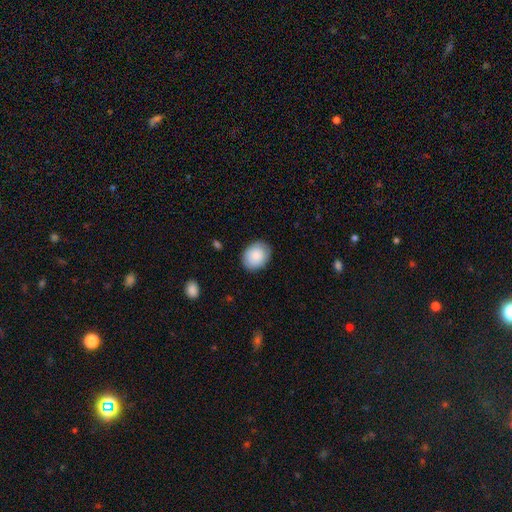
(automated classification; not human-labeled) Overall: smooth (87%). How rounded: in between (55%; round 44%). Merging: none (86%).